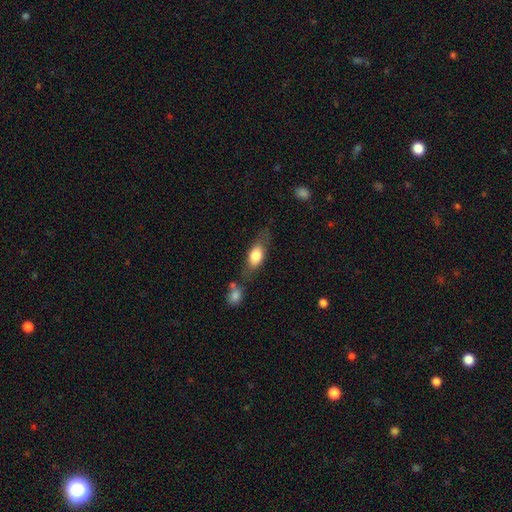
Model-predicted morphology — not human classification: Smooth or featured? Predicted: smooth (p=0.72). How rounded? Predicted: in between (p=0.77). Merging? Predicted: none (p=0.58).